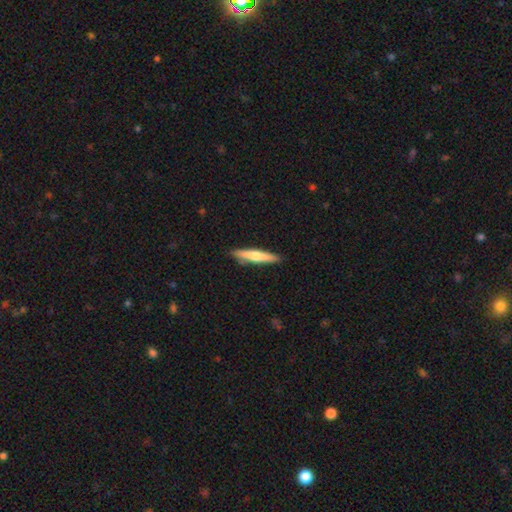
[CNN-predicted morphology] smooth_or_featured: smooth (p=0.58) [alt: featured or disk p=0.37]
how_rounded: cigar-shaped (p=0.89) [alt: in between p=0.09]
merging: none (p=0.88) [alt: minor disturbance p=0.09]